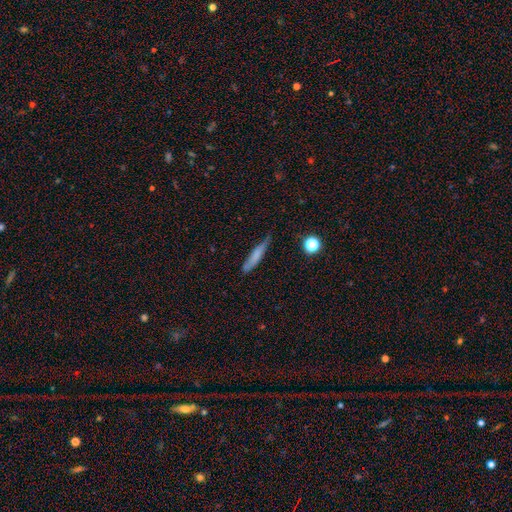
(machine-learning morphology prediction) A smooth galaxy with no disk features (69%) that is cigar-shaped (89%).

Vote fractions:
- Smooth or featured? smooth: 69% / featured or disk: 23% / star or artifact: 9%
- How rounded? cigar-shaped: 89% / in between: 9% / round: 2%
- Merging? none: 69% / minor disturbance: 24% / major disturbance: 5% / merger: 3%